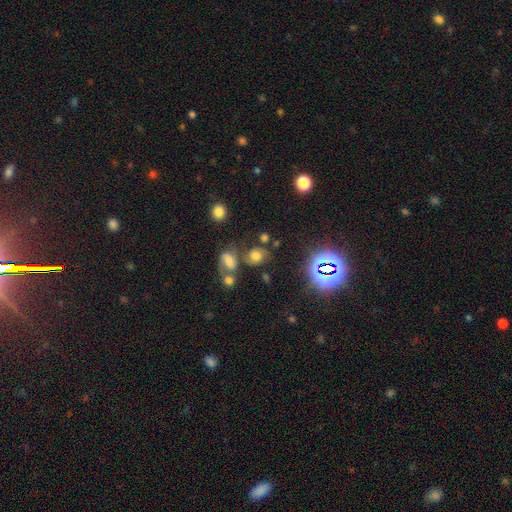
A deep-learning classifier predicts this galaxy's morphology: A smooth galaxy with no disk features (54%) that is round (62%).

Vote fractions:
- Smooth or featured? smooth: 54% / star or artifact: 27% / featured or disk: 19%
- How rounded? round: 62% / in between: 36% / cigar-shaped: 2%
- Merging? none: 55% / merger: 20% / minor disturbance: 16% / major disturbance: 9%